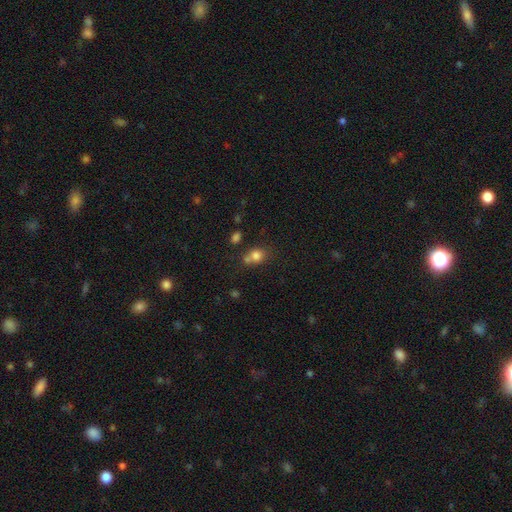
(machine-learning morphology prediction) Smooth or featured?
  - smooth: 78% *
  - star or artifact: 13%
  - featured or disk: 9%
How rounded?
  - round: 66% *
  - in between: 32%
  - cigar-shaped: 1%
Merging?
  - none: 47% *
  - merger: 35%
  - minor disturbance: 13%
  - major disturbance: 5%